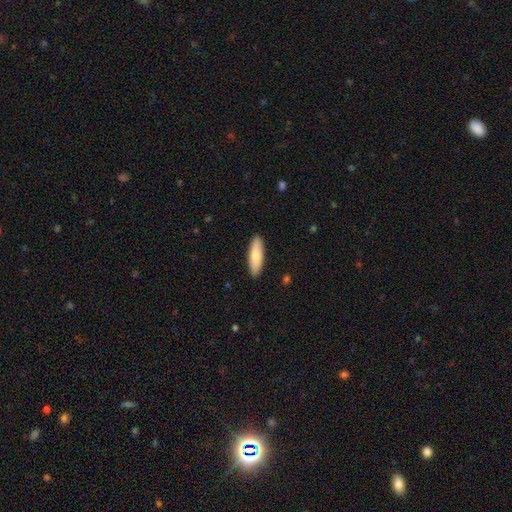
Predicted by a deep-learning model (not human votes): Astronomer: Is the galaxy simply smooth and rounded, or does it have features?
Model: smooth — 80%.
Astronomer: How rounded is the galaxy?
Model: cigar-shaped — 54% (runner-up: in between, 44%).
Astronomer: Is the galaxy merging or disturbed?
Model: none — 90%.